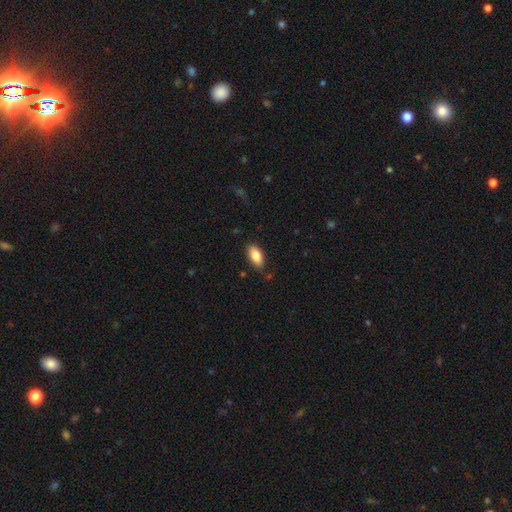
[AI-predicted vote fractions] Q: Smooth or featured?
A: smooth (84%); runner-up: featured or disk (9%)
Q: How rounded?
A: in between (90%); runner-up: cigar-shaped (7%)
Q: Merging?
A: none (85%); runner-up: minor disturbance (12%)